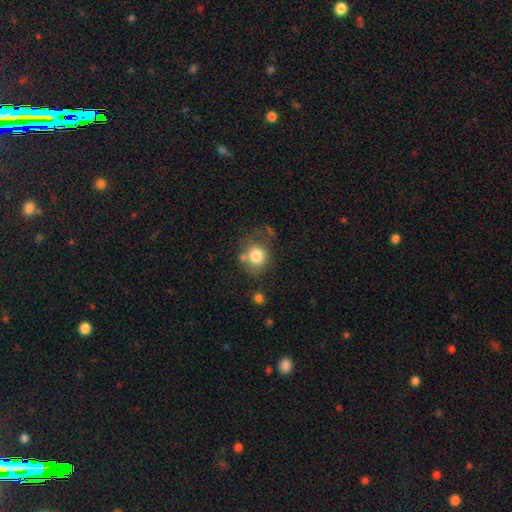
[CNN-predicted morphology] Smooth or featured? smooth (79%)
How rounded? round (80%)
Merging? none (58%)